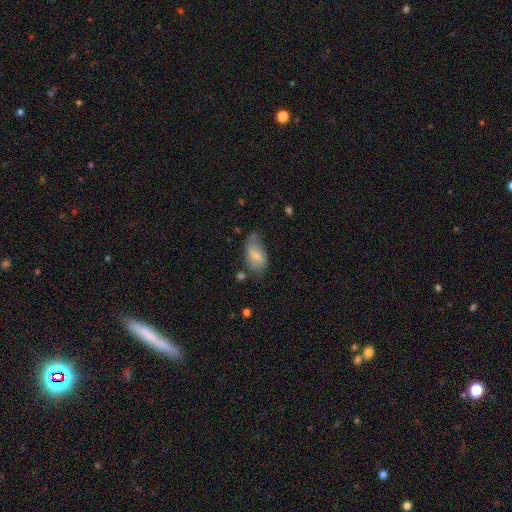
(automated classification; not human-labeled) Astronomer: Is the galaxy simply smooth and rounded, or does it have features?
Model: smooth — 62%.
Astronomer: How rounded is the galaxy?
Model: in between — 92%.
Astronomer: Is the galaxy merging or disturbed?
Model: none — 52% (runner-up: minor disturbance, 32%).